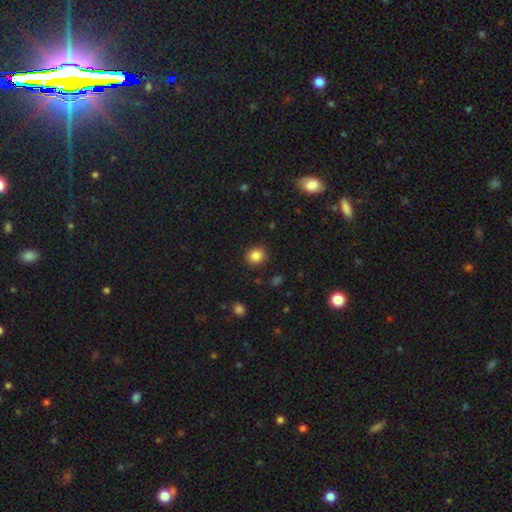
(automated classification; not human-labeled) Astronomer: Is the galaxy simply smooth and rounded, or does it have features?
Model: smooth — 86%.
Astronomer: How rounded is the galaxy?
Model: round — 73%.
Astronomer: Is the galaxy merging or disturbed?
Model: none — 89%.